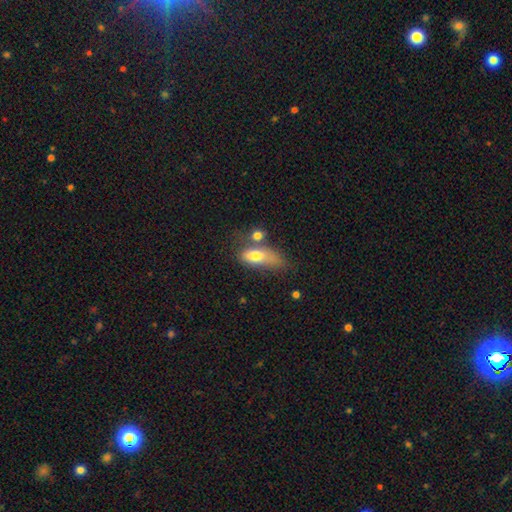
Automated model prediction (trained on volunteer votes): A smooth galaxy with no disk features (73%) that is in between round and cigar-shaped (78%).

Vote fractions:
- Smooth or featured? smooth: 73% / featured or disk: 19% / star or artifact: 8%
- How rounded? in between: 78% / cigar-shaped: 17% / round: 6%
- Merging? none: 31% / merger: 30% / minor disturbance: 22% / major disturbance: 17%